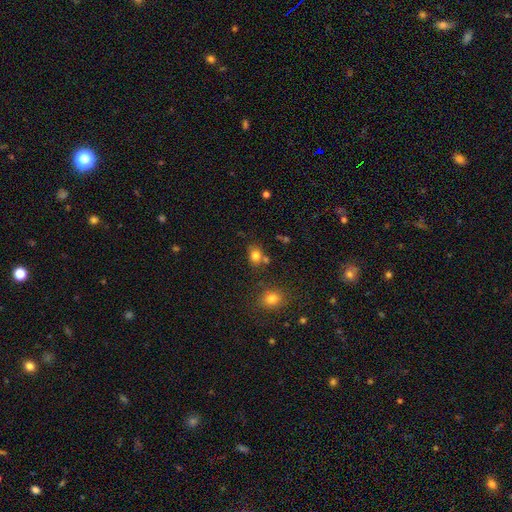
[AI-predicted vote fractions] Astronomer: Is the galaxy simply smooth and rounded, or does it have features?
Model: smooth — 79%.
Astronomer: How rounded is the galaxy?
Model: round — 55% (runner-up: in between, 44%).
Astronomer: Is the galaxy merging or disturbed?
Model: none — 66%.